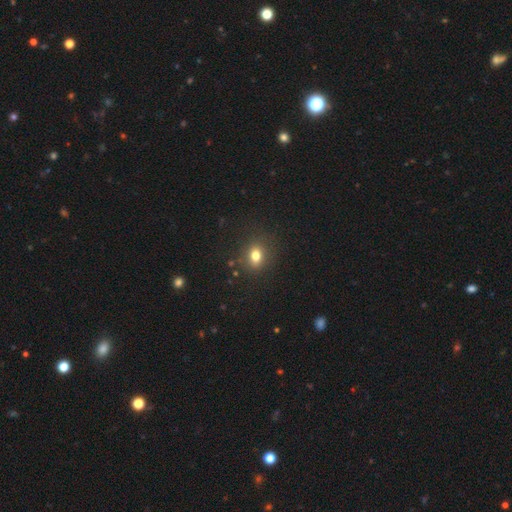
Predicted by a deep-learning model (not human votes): This is likely a smooth galaxy (78%). How rounded: possibly in between (50%). Merging: clearly none (84%).